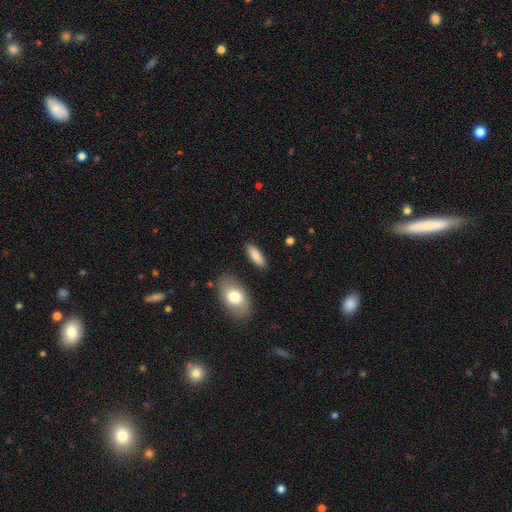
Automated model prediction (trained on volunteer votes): Morphology: type=smooth (85%); roundness=in between (62%); merging=none (86%).